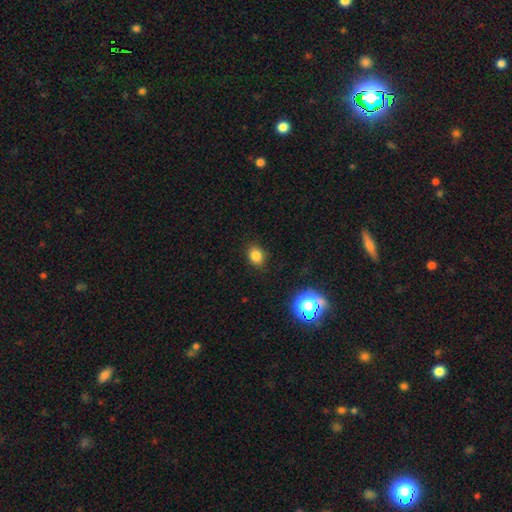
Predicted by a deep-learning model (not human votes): Smooth or featured: smooth — 81% (star or artifact — 14%)
How rounded: round — 50% (in between — 49%)
Merging: none — 87% (minor disturbance — 10%)